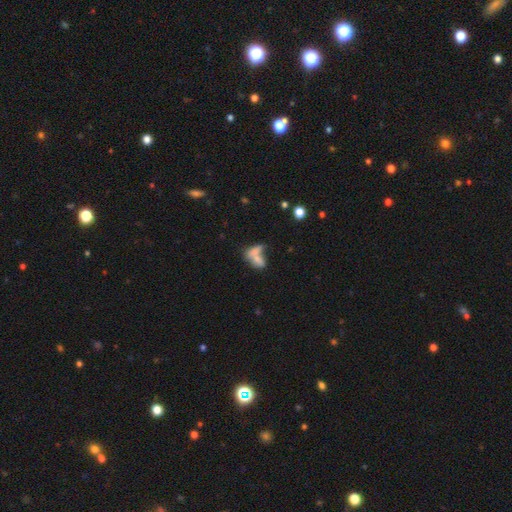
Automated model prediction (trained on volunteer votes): Q: Smooth or featured?
A: smooth (69%); runner-up: featured or disk (20%)
Q: How rounded?
A: in between (72%); runner-up: cigar-shaped (14%)
Q: Merging?
A: merger (56%); runner-up: none (26%)